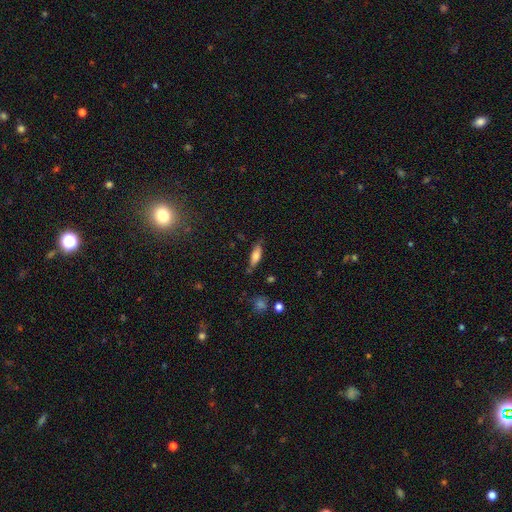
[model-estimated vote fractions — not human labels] Smooth or featured? Predicted: smooth (p=0.65). How rounded? Predicted: in between (p=0.52). Merging? Predicted: none (p=0.75).